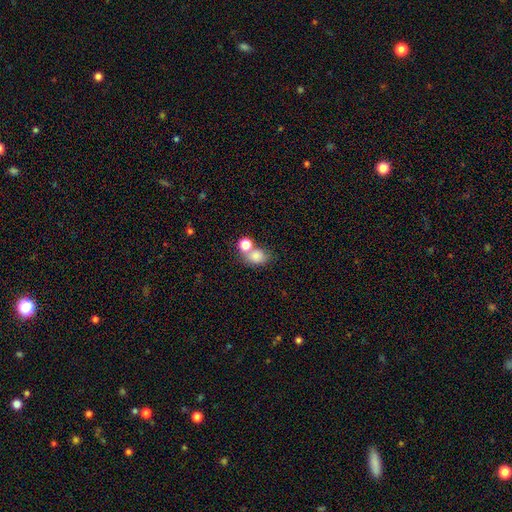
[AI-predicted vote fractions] Smooth or featured?
  - smooth: 78% *
  - star or artifact: 12%
  - featured or disk: 10%
How rounded?
  - in between: 51% *
  - round: 47%
  - cigar-shaped: 1%
Merging?
  - none: 43% *
  - merger: 39%
  - minor disturbance: 12%
  - major disturbance: 6%